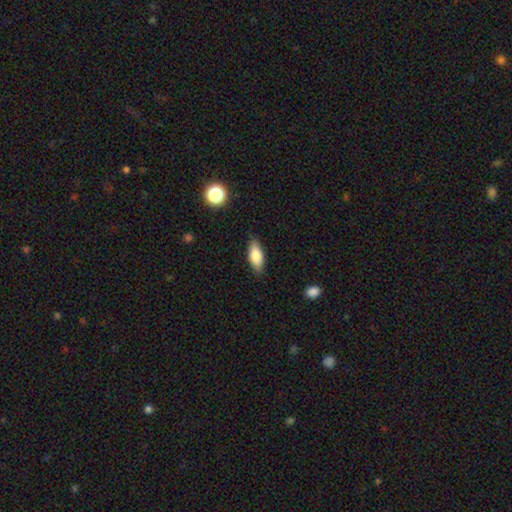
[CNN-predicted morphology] Smooth or featured: smooth — 79% (featured or disk — 14%)
How rounded: in between — 80% (cigar-shaped — 17%)
Merging: none — 85% (minor disturbance — 11%)